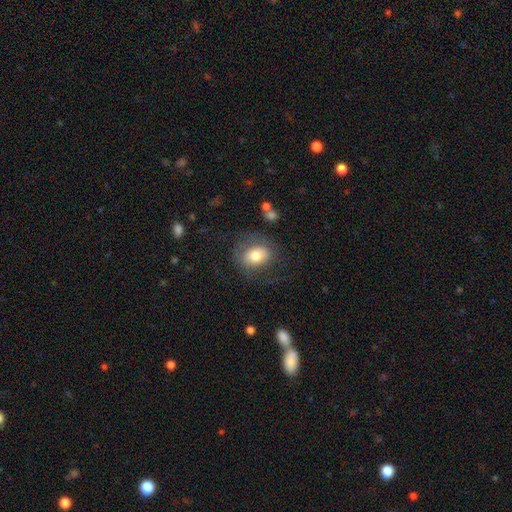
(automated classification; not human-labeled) Smooth or featured? Predicted: smooth (p=0.68). How rounded? Predicted: in between (p=0.63). Merging? Predicted: none (p=0.63).